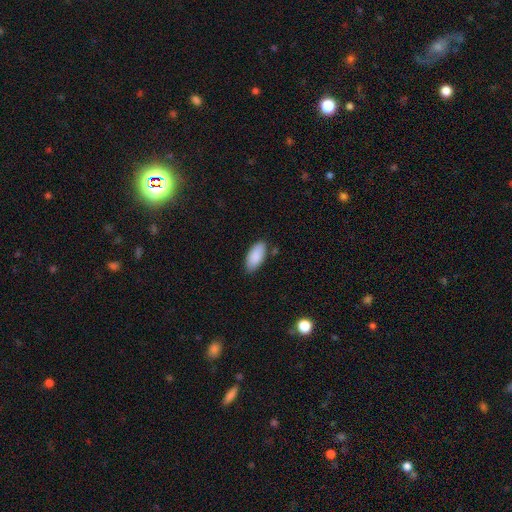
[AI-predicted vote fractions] The model was most divided on "merging": none: 79%, minor disturbance: 15%, merger: 3%, major disturbance: 3%. More confident: how rounded — in between (91%); smooth or featured — smooth (88%).